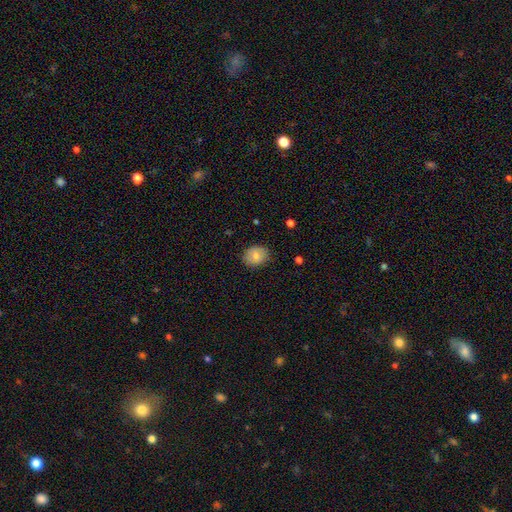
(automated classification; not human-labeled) Smooth or featured? Predicted: smooth (p=0.79). How rounded? Predicted: in between (p=0.54). Merging? Predicted: none (p=0.82).